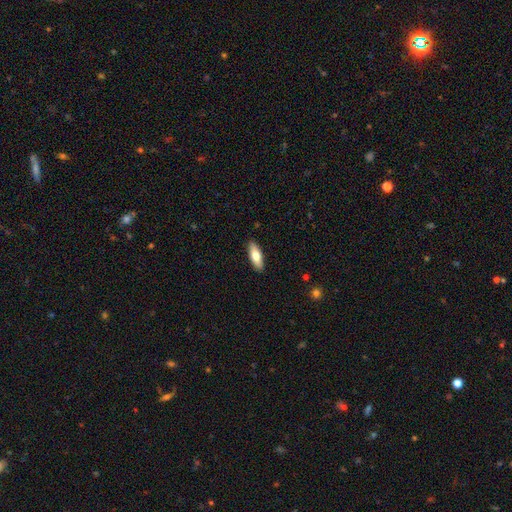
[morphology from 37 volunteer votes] Overall: smooth (86%). How rounded: in between (56%; cigar-shaped 41%). Merging: none (92%).